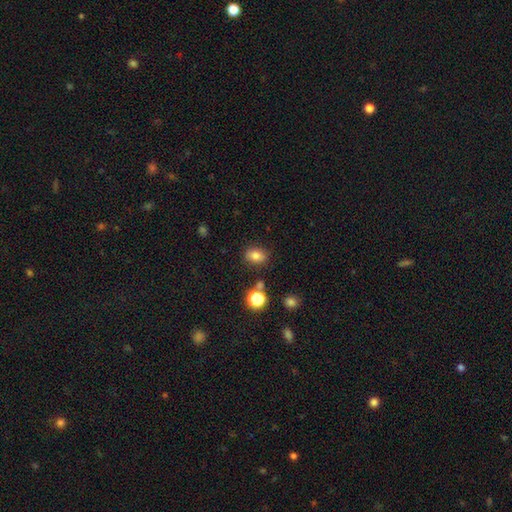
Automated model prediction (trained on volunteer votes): A smooth galaxy with no disk features (78%) that is in between round and cigar-shaped (69%). Merging: none (83%).